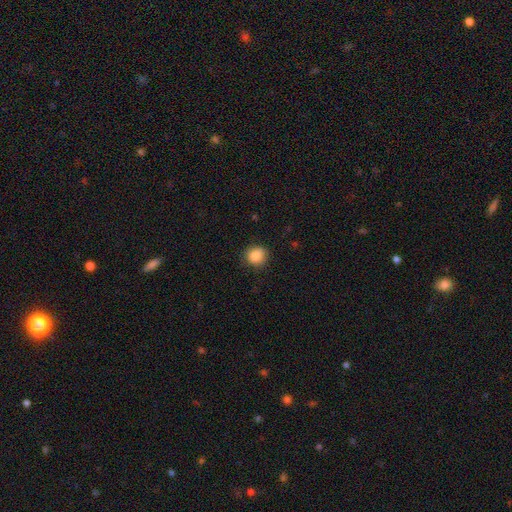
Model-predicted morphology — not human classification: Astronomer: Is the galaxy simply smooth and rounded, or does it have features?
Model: smooth — 87%.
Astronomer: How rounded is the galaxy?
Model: round — 83%.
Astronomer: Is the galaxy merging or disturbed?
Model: none — 83%.